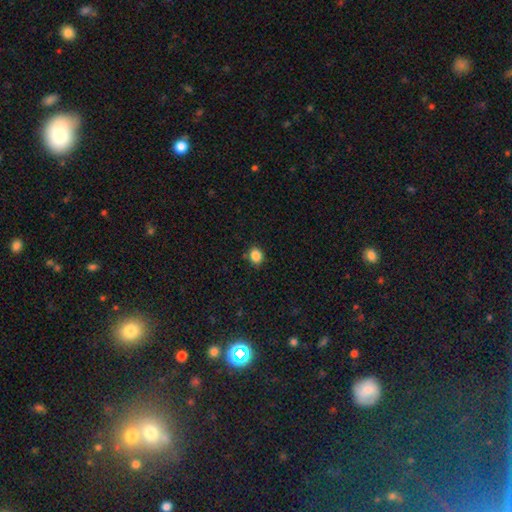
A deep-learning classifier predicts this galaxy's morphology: Q: Smooth or featured?
A: smooth (86%); runner-up: star or artifact (11%)
Q: How rounded?
A: round (63%); runner-up: in between (36%)
Q: Merging?
A: none (85%); runner-up: minor disturbance (11%)